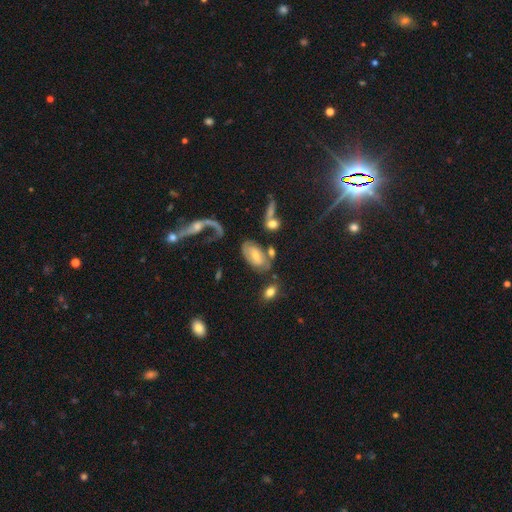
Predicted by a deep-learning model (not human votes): Smooth or featured? featured or disk (50%)
Edge-on disk? no (92%)
Merging? none (49%)